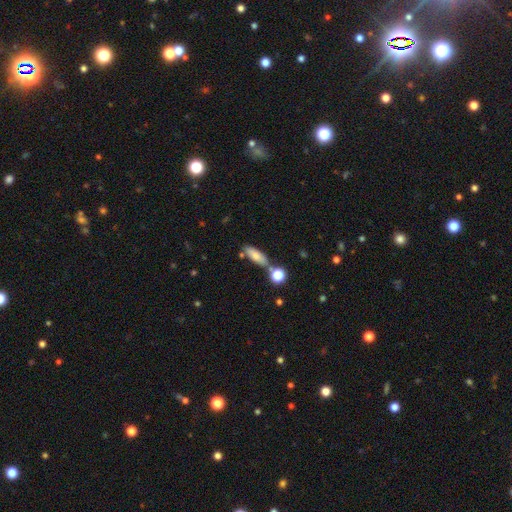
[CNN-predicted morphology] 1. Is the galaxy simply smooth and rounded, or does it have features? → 74% smooth, 17% featured or disk, 9% star or artifact.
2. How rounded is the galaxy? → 61% in between, 35% cigar-shaped, 4% round.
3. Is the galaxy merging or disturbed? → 63% none, 17% merger, 16% minor disturbance, 5% major disturbance.